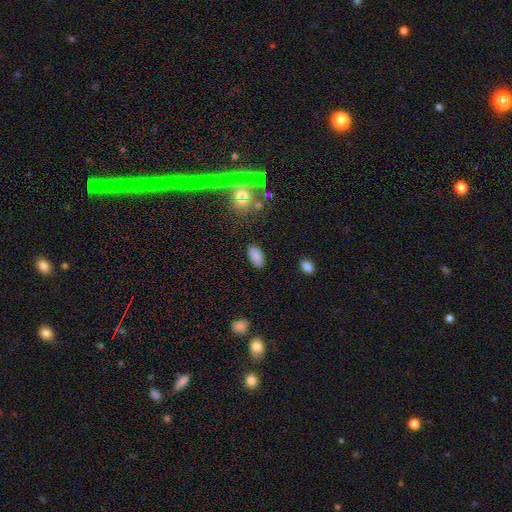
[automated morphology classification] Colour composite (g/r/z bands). It shows a smooth galaxy with no disk features (84%) that is in between round and cigar-shaped (94%). Merging: none (86%).